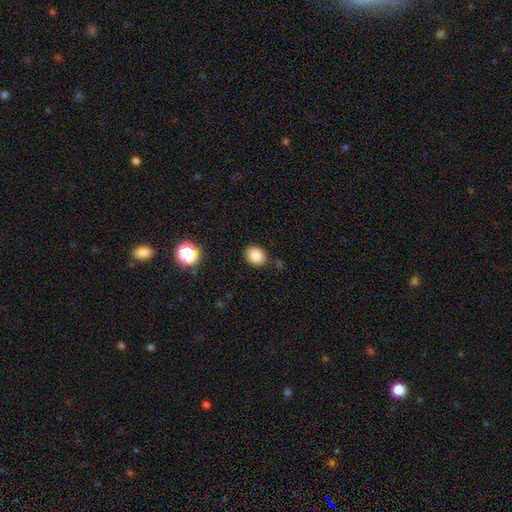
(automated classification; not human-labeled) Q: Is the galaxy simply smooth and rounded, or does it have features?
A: smooth — 84%.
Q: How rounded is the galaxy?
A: in between — 54%.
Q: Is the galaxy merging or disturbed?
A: none — 84%.